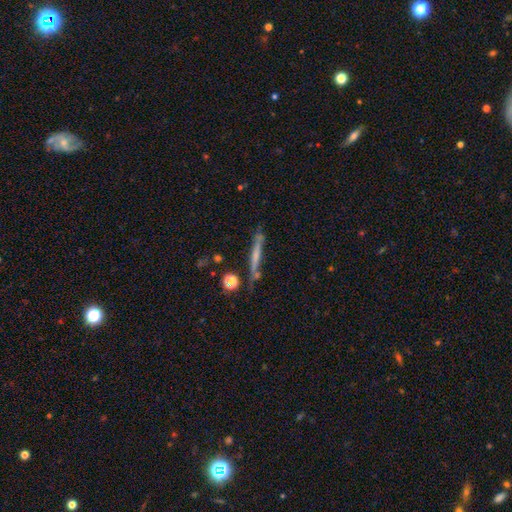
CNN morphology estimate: smooth 46%, featured or disk 44%, star or artifact 9%. Down the decision tree: merging — none (67%).